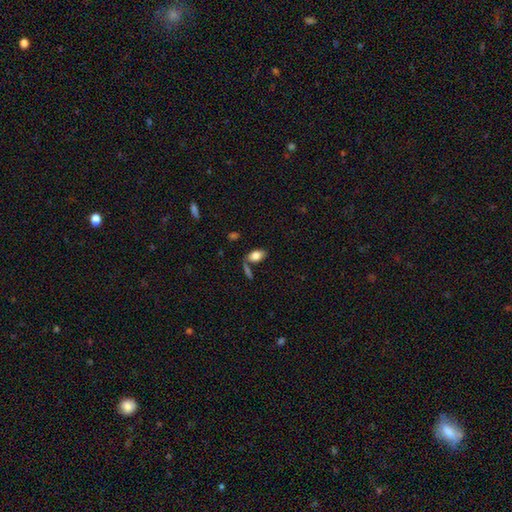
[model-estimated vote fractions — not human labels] Morphology: type=smooth (81%); roundness=in between (91%); merging=none (67%).